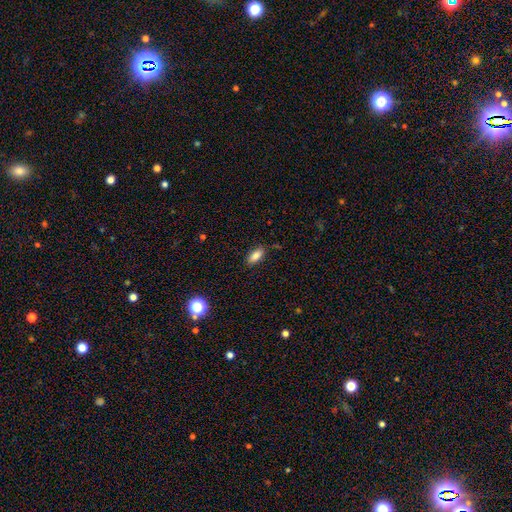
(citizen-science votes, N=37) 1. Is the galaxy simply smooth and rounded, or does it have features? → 84% smooth, 8% featured or disk, 8% star or artifact.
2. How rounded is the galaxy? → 94% in between, 3% round, 3% cigar-shaped.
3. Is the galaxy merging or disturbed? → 82% none, 15% minor disturbance, 3% merger, 0% major disturbance.